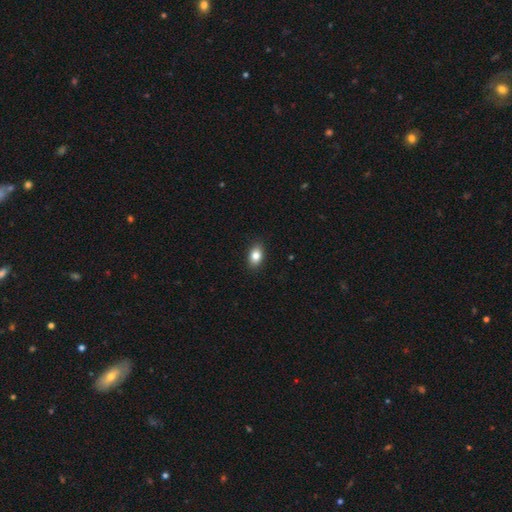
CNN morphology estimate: type=smooth (83%); roundness=in between (84%); merging=none (89%).